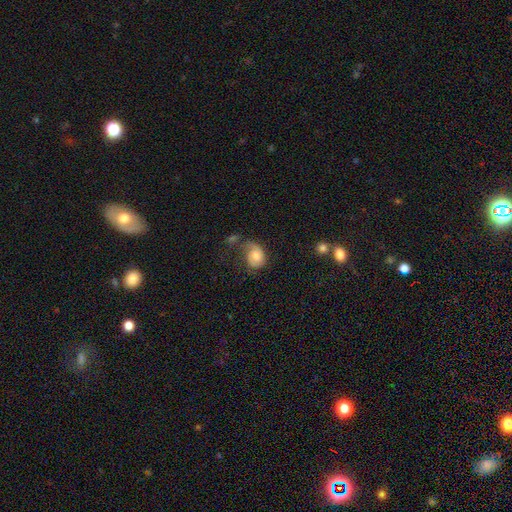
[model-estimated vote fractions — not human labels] Q: Smooth or featured?
A: smooth (57%); runner-up: featured or disk (35%)
Q: How rounded?
A: in between (60%); runner-up: round (39%)
Q: Merging?
A: none (34%); runner-up: major disturbance (29%)